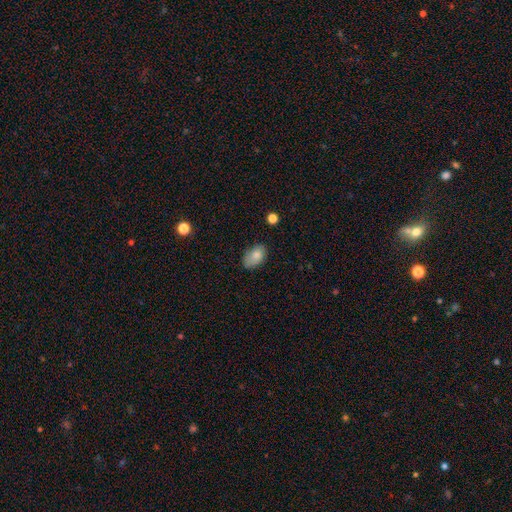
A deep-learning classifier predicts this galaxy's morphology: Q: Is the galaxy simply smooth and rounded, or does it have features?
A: smooth — 81%.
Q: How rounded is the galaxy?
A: in between — 90%.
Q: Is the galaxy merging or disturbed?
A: none — 66%.